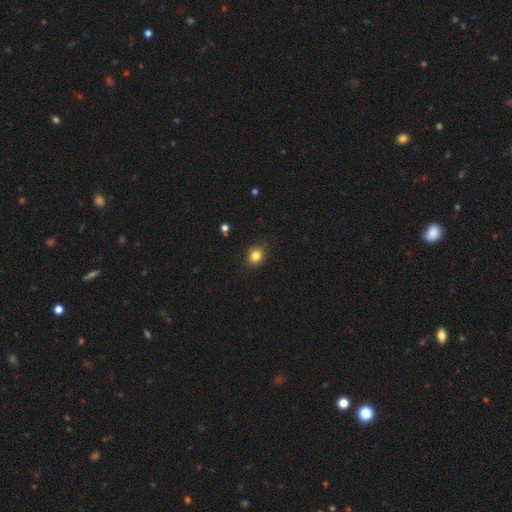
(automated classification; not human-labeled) Overall: smooth (83%). How rounded: round (59%; in between 40%). Merging: none (85%).